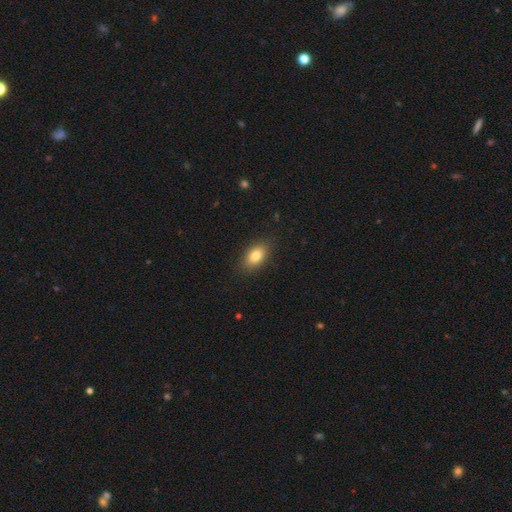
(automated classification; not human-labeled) A smooth galaxy with no disk features (82%) that is in between round and cigar-shaped (87%).

Vote fractions:
- Smooth or featured? smooth: 82% / featured or disk: 10% / star or artifact: 8%
- How rounded? in between: 87% / round: 9% / cigar-shaped: 4%
- Merging? none: 87% / minor disturbance: 10% / major disturbance: 2% / merger: 1%